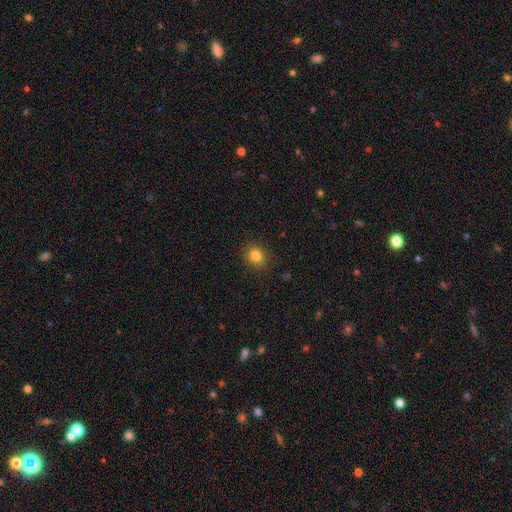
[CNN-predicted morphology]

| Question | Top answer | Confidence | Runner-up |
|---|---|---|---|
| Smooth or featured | smooth | 82% | star or artifact (12%) |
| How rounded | round | 77% | in between (22%) |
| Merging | none | 89% | minor disturbance (7%) |